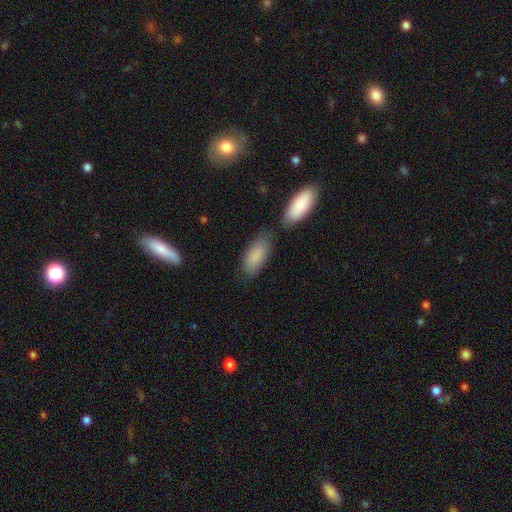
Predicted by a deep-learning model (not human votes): This is clearly a smooth galaxy (86%). How rounded: clearly in between (82%). Merging: possibly none (60%).